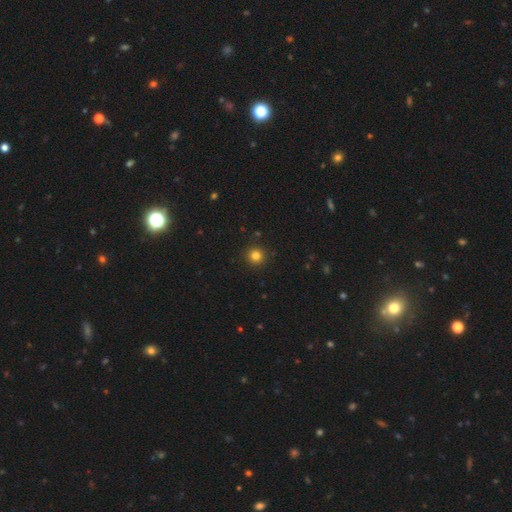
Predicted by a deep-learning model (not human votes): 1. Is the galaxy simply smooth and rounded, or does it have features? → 82% smooth, 13% star or artifact, 5% featured or disk.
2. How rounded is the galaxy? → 95% round, 4% in between, 1% cigar-shaped.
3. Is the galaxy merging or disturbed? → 92% none, 5% minor disturbance, 2% major disturbance, 1% merger.